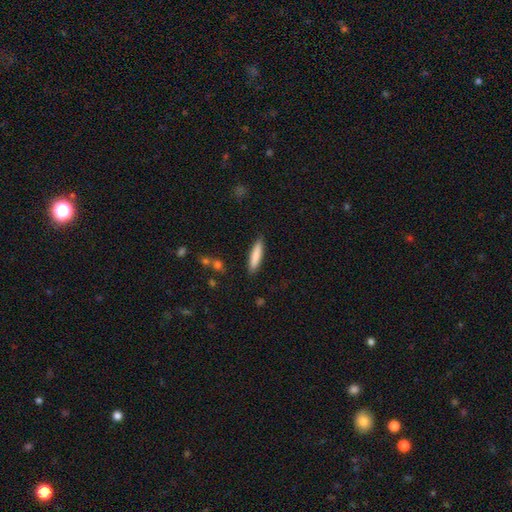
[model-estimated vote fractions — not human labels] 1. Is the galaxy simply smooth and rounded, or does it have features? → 83% smooth, 11% featured or disk, 6% star or artifact.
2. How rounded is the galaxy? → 81% cigar-shaped, 17% in between, 1% round.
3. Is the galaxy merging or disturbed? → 88% none, 9% minor disturbance, 2% major disturbance, 1% merger.